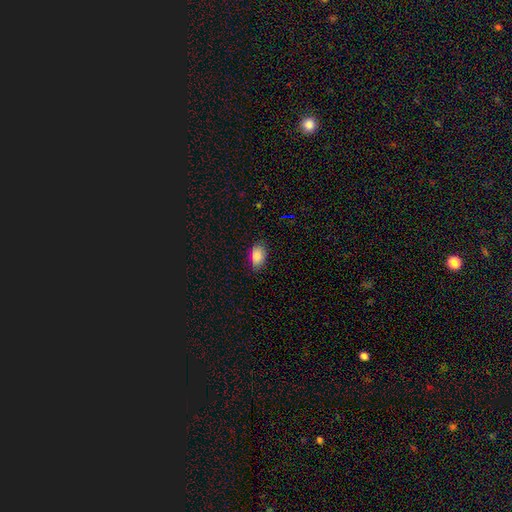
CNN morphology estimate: A smooth galaxy with no disk features (87%) that is in between round and cigar-shaped (90%).

Vote fractions:
- Smooth or featured? smooth: 87% / star or artifact: 8% / featured or disk: 5%
- How rounded? in between: 90% / round: 8% / cigar-shaped: 2%
- Merging? none: 81% / minor disturbance: 15% / major disturbance: 3% / merger: 1%